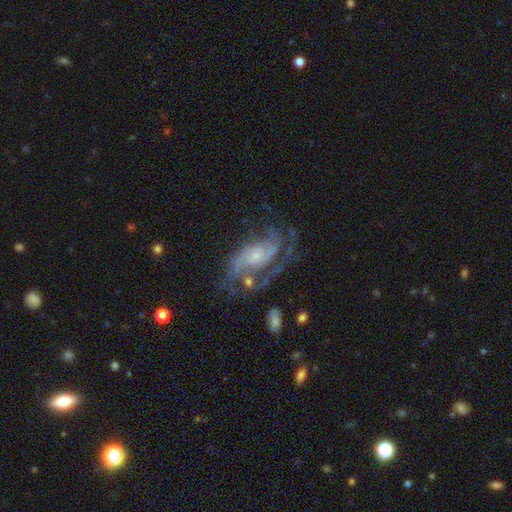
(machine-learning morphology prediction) smooth-or-featured: featured or disk: 83% | smooth: 9% | star or artifact: 7%
  disk-edge-on: no: 96% | yes: 4%
    bar: no: 62% | weak: 30% | strong: 8%
    has-spiral-arms: yes: 92% | no: 8%
      spiral-winding: medium: 46% | tight: 30% | loose: 23%
      spiral-arm-count: 2: 40% | can't tell: 23% | 3: 19% | 1: 8% | 4: 6% | more than 4: 4%
    bulge-size: small: 64% | moderate: 24% | none: 8% | large: 3% | dominant: 1%
  merging: none: 49% | major disturbance: 26% | minor disturbance: 20% | merger: 5%